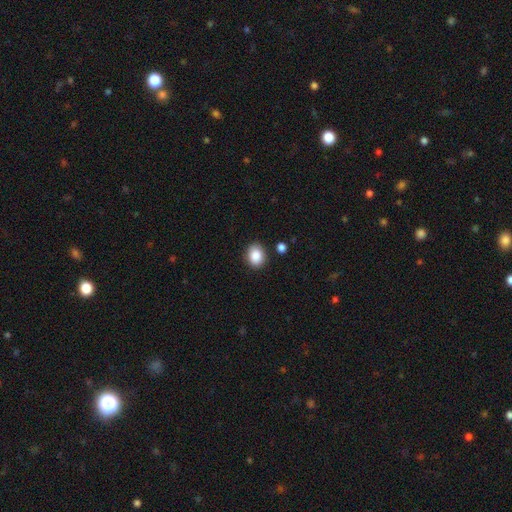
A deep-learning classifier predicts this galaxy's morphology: A smooth galaxy with no disk features (88%) that is in between round and cigar-shaped (54%).

Vote fractions:
- Smooth or featured? smooth: 88% / star or artifact: 8% / featured or disk: 4%
- How rounded? in between: 54% / round: 45% / cigar-shaped: 1%
- Merging? none: 84% / minor disturbance: 10% / merger: 3% / major disturbance: 3%